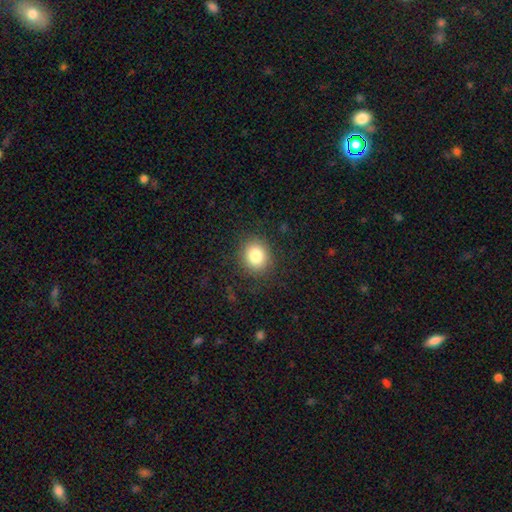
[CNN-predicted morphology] smooth_or_featured: smooth (p=0.82) [alt: star or artifact p=0.10]
how_rounded: round (p=0.75) [alt: in between p=0.24]
merging: none (p=0.86) [alt: minor disturbance p=0.09]